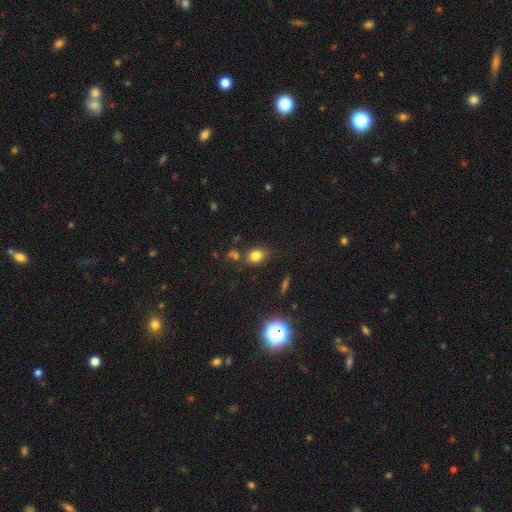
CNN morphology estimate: Q: Smooth or featured?
A: smooth (78%); runner-up: star or artifact (14%)
Q: How rounded?
A: in between (61%); runner-up: round (37%)
Q: Merging?
A: none (70%); runner-up: minor disturbance (16%)